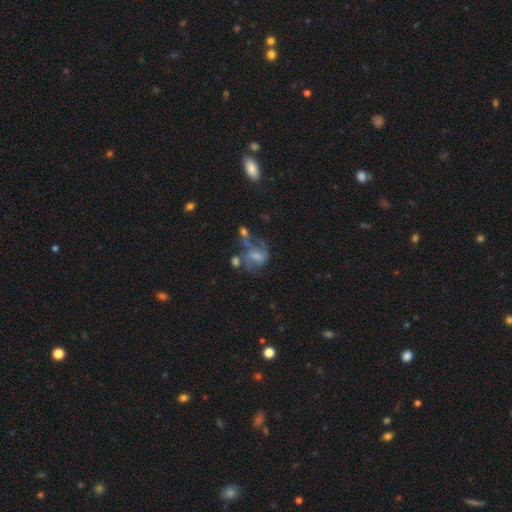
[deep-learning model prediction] This appears to be a featured or disk galaxy (60%) with no bar (49%), spiral arms (65%) and a small central bulge (36%). Merging: none (34%).